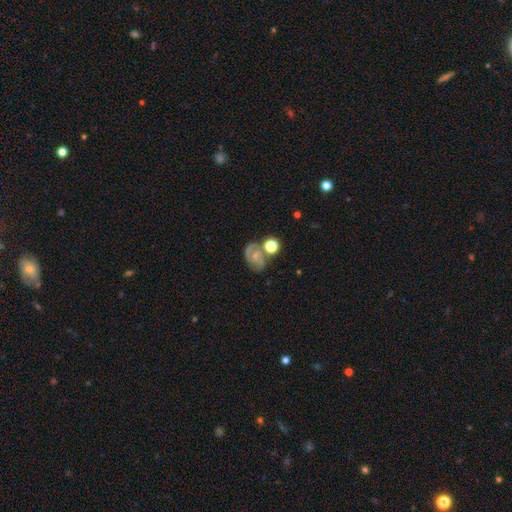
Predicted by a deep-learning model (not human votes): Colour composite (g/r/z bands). It shows a featured or disk galaxy (68%) with no bar (52%), 2 (78%) medium (51%) spiral arms (90%) and a small central bulge (55%). Merging: none (54%).